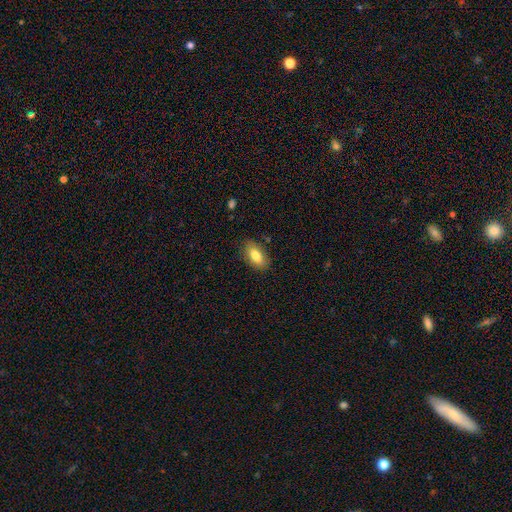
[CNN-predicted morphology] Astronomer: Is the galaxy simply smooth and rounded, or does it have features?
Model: smooth — 80%.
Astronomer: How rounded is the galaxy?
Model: in between — 90%.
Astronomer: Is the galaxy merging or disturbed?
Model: none — 83%.